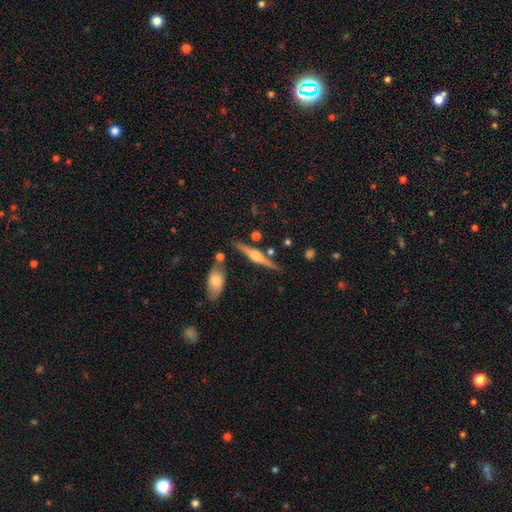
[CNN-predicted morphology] Smooth or featured? Predicted: featured or disk (p=0.76). Edge-on disk? Predicted: yes (p=0.97). Edge-on bulge? Predicted: rounded (p=0.90). Merging? Predicted: none (p=0.80).